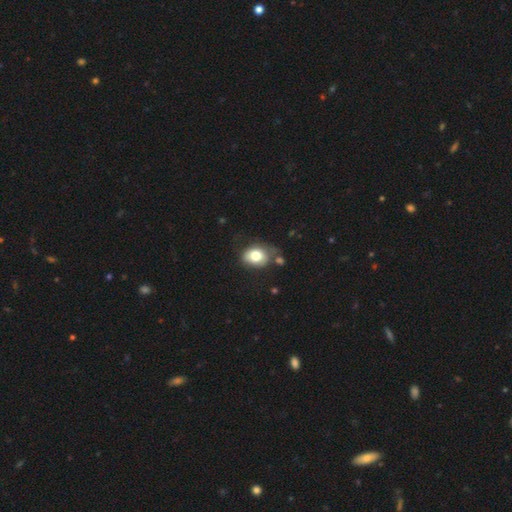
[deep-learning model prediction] This is likely a smooth galaxy (78%). How rounded: likely in between (62%). Merging: possibly none (51%).